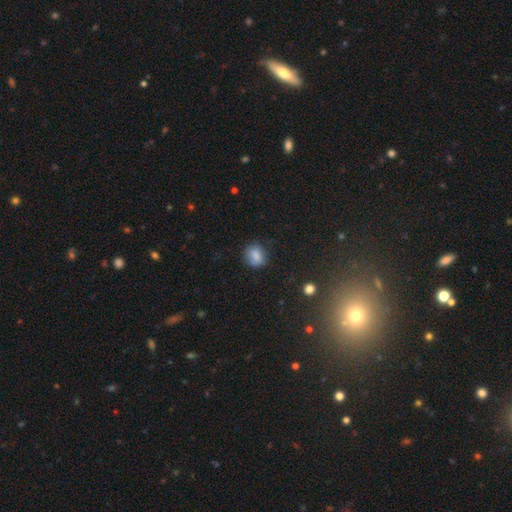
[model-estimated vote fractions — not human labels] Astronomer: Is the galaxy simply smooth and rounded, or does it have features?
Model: smooth — 79%.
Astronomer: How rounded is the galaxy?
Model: round — 60% (runner-up: in between, 38%).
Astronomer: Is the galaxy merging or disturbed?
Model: none — 72%.